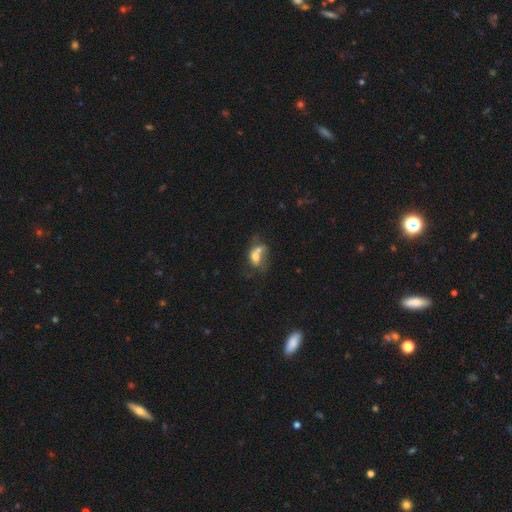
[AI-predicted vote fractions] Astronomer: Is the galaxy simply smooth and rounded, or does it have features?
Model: smooth — 61%.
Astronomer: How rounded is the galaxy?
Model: in between — 68%.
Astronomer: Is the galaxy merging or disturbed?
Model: merger — 59%.